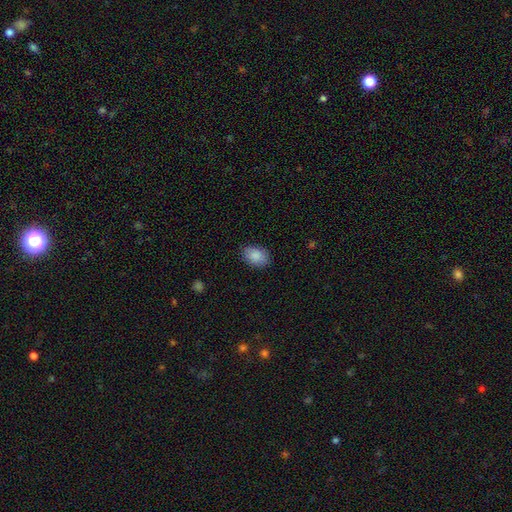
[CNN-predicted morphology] Q: Smooth or featured?
A: smooth (88%); runner-up: star or artifact (7%)
Q: How rounded?
A: in between (83%); runner-up: round (16%)
Q: Merging?
A: none (85%); runner-up: minor disturbance (12%)